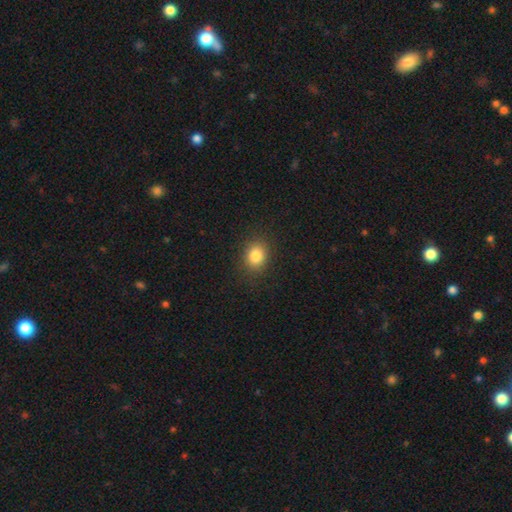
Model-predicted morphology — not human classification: Smooth or featured? smooth (83%)
How rounded? round (59%)
Merging? none (87%)